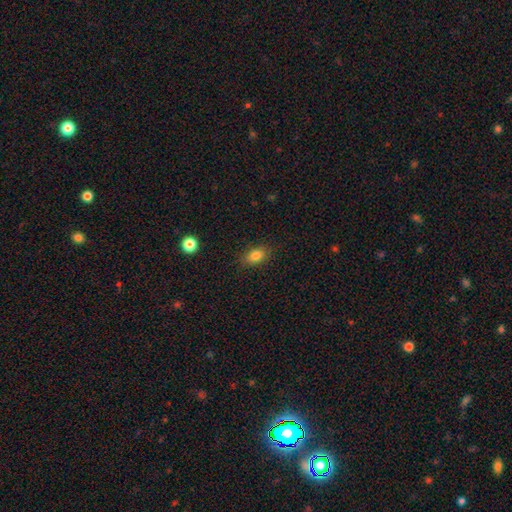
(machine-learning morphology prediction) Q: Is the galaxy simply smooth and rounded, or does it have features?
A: smooth — 83%.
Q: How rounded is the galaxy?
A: in between — 81%.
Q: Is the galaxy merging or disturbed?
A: none — 85%.